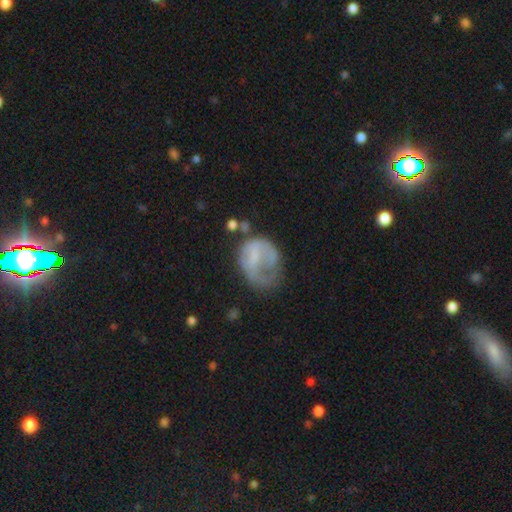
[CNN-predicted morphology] Smooth or featured? featured or disk (45%, tied with smooth)
Merging? major disturbance (41%)